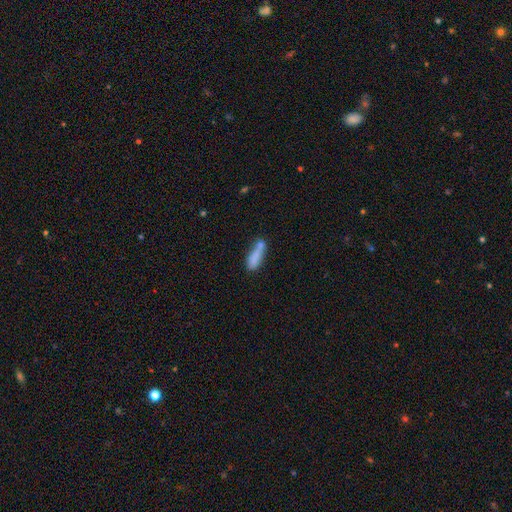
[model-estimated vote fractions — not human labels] Smooth or featured: smooth — 76% (featured or disk — 15%)
How rounded: cigar-shaped — 56% (in between — 41%)
Merging: none — 40% (merger — 32%)